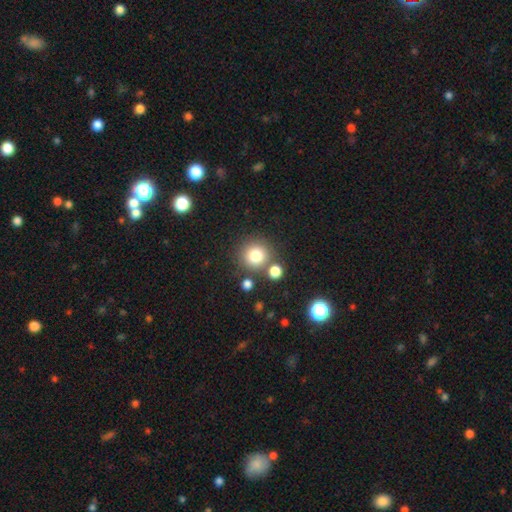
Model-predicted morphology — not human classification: Q: Smooth or featured?
A: smooth (79%); runner-up: star or artifact (13%)
Q: How rounded?
A: round (93%); runner-up: in between (6%)
Q: Merging?
A: none (76%); runner-up: merger (12%)